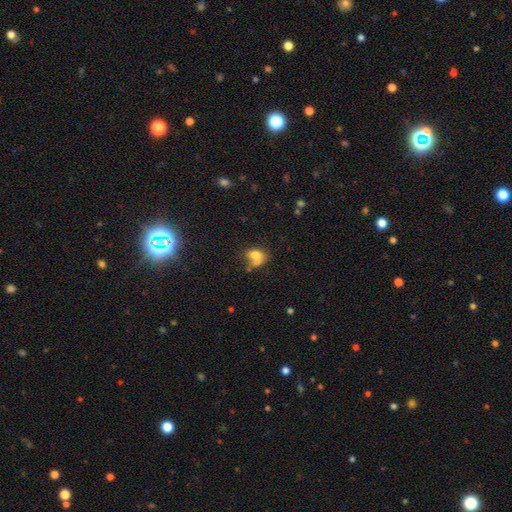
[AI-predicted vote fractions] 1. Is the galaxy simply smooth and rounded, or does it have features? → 73% smooth, 16% featured or disk, 12% star or artifact.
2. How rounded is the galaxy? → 68% in between, 30% round, 2% cigar-shaped.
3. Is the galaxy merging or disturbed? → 41% merger, 35% none, 16% minor disturbance, 9% major disturbance.